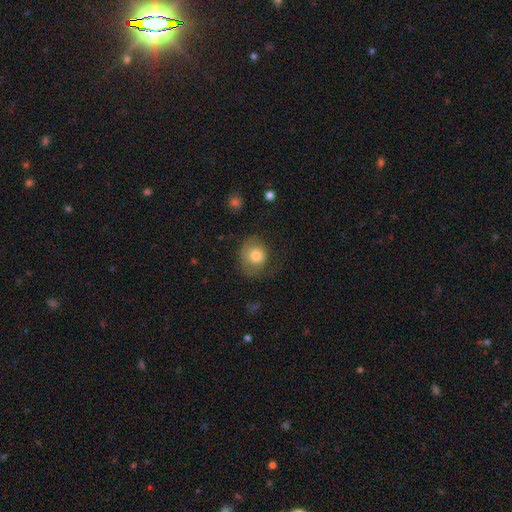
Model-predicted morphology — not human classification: Q: Smooth or featured?
A: smooth (76%); runner-up: featured or disk (16%)
Q: How rounded?
A: round (78%); runner-up: in between (21%)
Q: Merging?
A: none (55%); runner-up: minor disturbance (24%)